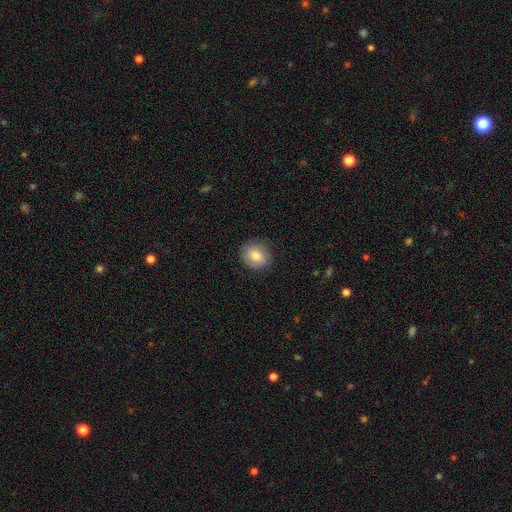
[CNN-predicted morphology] type=smooth (82%); roundness=round (75%); merging=none (83%).